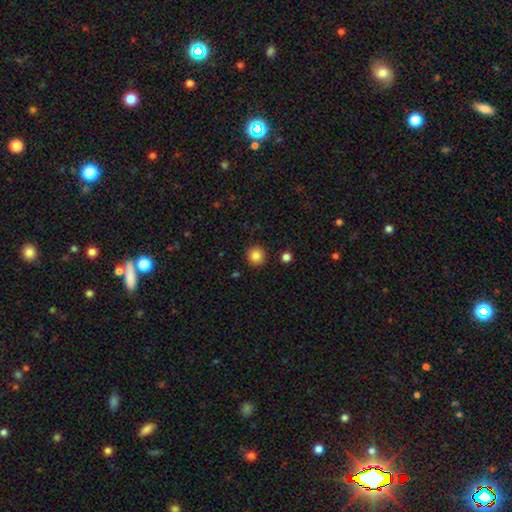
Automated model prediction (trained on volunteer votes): smooth-or-featured: smooth: 86% | star or artifact: 10% | featured or disk: 4%
  how-rounded: round: 94% | in between: 5% | cigar-shaped: 1%
  merging: none: 91% | minor disturbance: 6% | major disturbance: 2% | merger: 2%